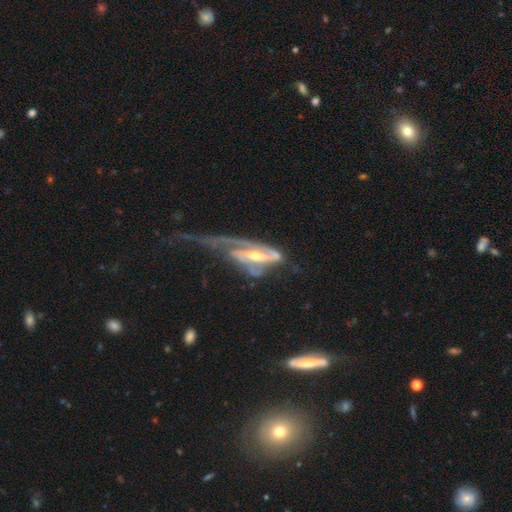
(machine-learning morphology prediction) This is clearly a featured or disk galaxy (87%). It is clearly not viewed edge-on (86%). Bar: possibly strong (52%). Spiral arm pattern: clearly yes (90%). Spiral arm count: possibly 2 (50%). Spiral winding: marginally loose (38%). Central bulge: likely moderate (62%). Merging: possibly major disturbance (60%).